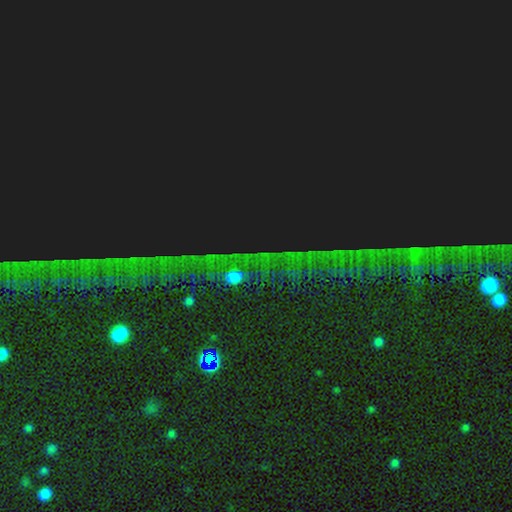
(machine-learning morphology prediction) This is clearly a star or artifact rather than a galaxy (86%).